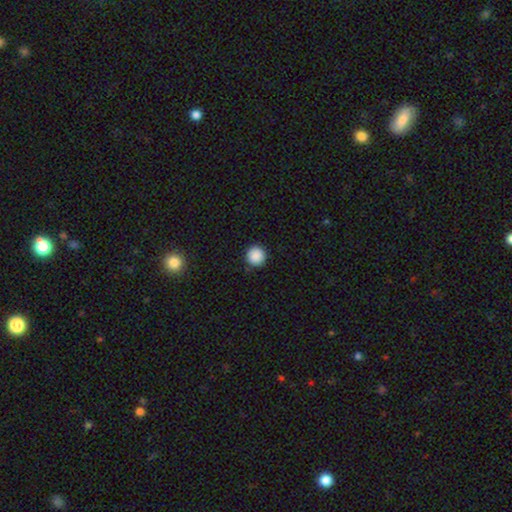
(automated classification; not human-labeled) smooth_or_featured: smooth (p=0.89) [alt: star or artifact p=0.09]
how_rounded: round (p=0.95) [alt: in between p=0.04]
merging: none (p=0.91) [alt: minor disturbance p=0.06]